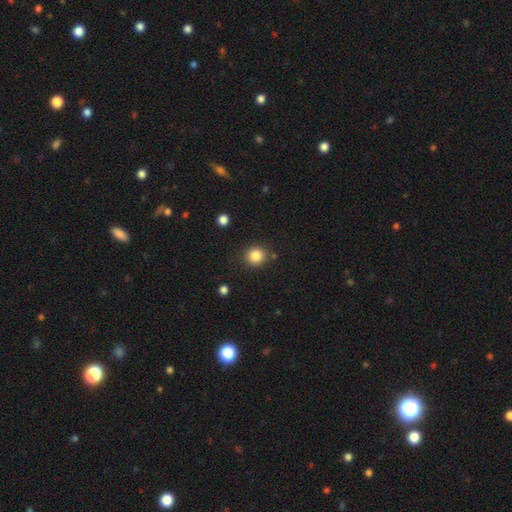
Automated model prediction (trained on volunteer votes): smooth_or_featured: smooth (p=0.84) [alt: star or artifact p=0.11]
how_rounded: round (p=0.89) [alt: in between p=0.10]
merging: none (p=0.86) [alt: minor disturbance p=0.08]